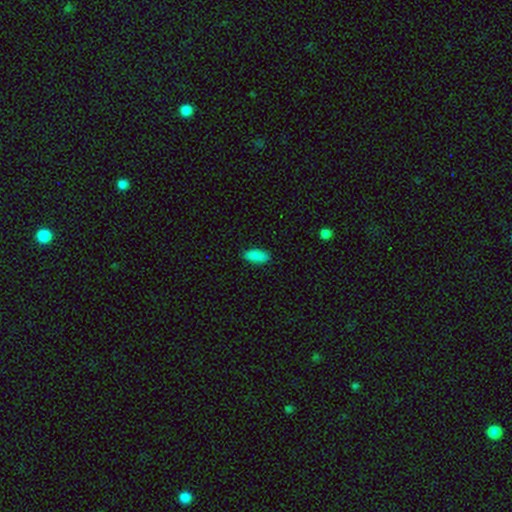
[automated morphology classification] Smooth or featured? Predicted: smooth (p=0.88). How rounded? Predicted: in between (p=0.89). Merging? Predicted: none (p=0.85).